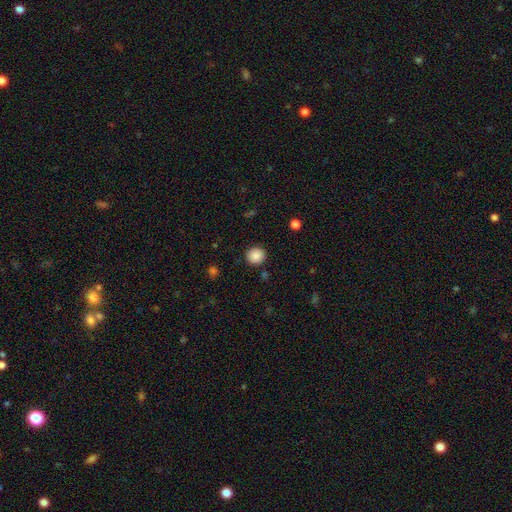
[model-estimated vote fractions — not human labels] Smooth or featured? Predicted: smooth (p=0.88). How rounded? Predicted: round (p=0.91). Merging? Predicted: none (p=0.90).